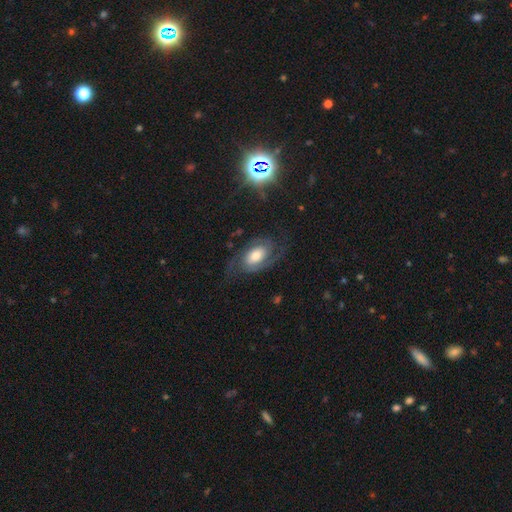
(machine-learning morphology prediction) Overall: featured or disk (81%). Edge-on disk: no (97%). Bar: no (61%; weak 30%). Spiral arms: yes (95%). Spiral arm count: 2 (86%). Spiral winding: medium (47%; tight 35%). Bulge size: moderate (50%; large 31%). Merging: none (69%).